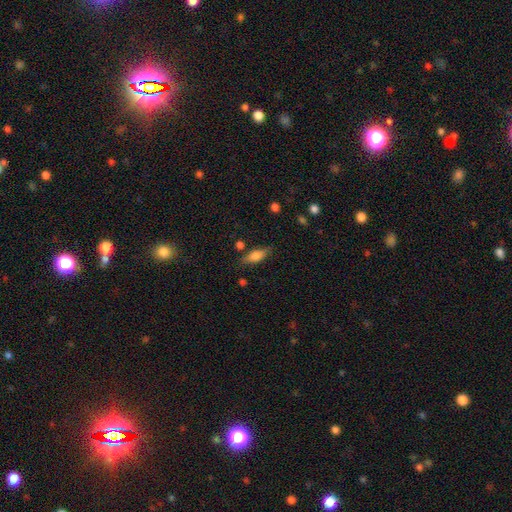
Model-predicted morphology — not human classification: The model was most divided on "how rounded": in between: 70%, cigar-shaped: 27%, round: 3%. More confident: merging — none (77%); smooth or featured — smooth (71%).